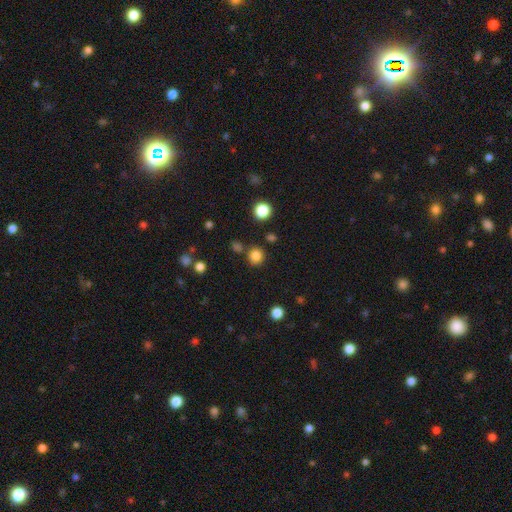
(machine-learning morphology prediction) This is clearly a smooth galaxy (83%). How rounded: clearly round (90%). Merging: clearly none (83%).